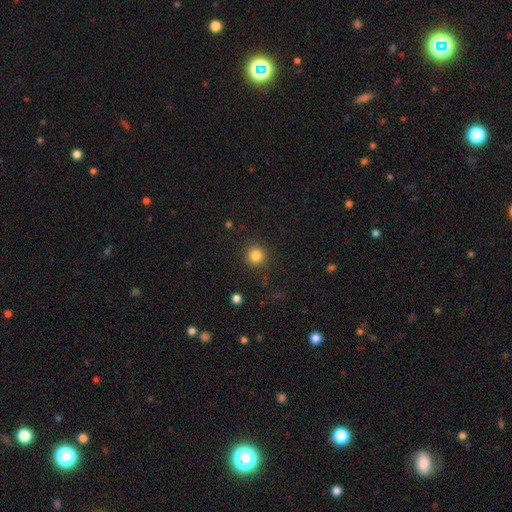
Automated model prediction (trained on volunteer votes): smooth 84%, star or artifact 11%, featured or disk 4%. Down the decision tree: how rounded — round (94%); merging — none (89%).